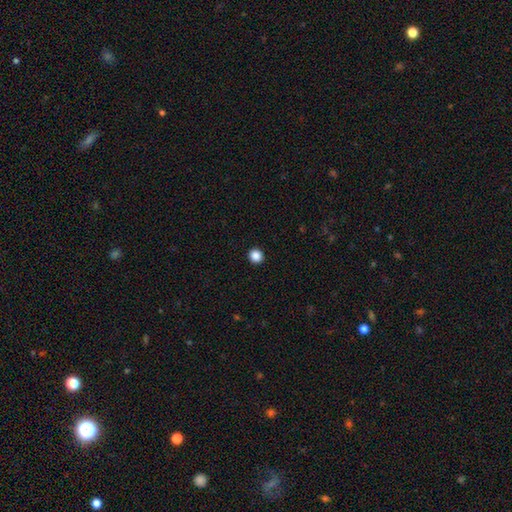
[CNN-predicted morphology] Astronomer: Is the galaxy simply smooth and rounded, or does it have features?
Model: smooth — 87%.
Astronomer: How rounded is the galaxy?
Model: round — 93%.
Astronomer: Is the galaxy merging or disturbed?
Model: none — 94%.